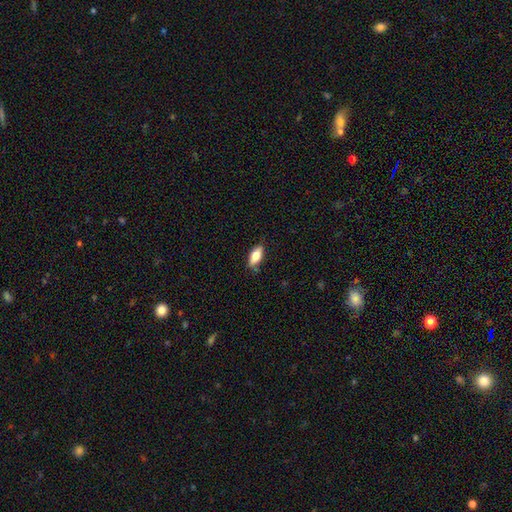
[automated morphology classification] Smooth or featured: smooth — 74% (featured or disk — 19%)
How rounded: in between — 79% (cigar-shaped — 18%)
Merging: none — 80% (minor disturbance — 15%)